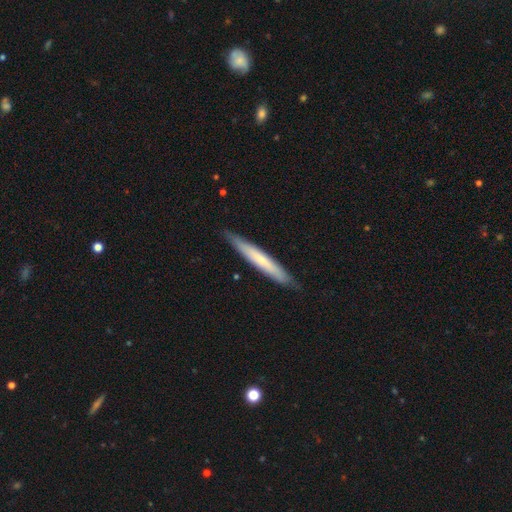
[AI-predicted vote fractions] The model was most divided on "smooth or featured": smooth: 52%, featured or disk: 42%, star or artifact: 6%. More confident: how rounded — cigar-shaped (95%); merging — none (88%).